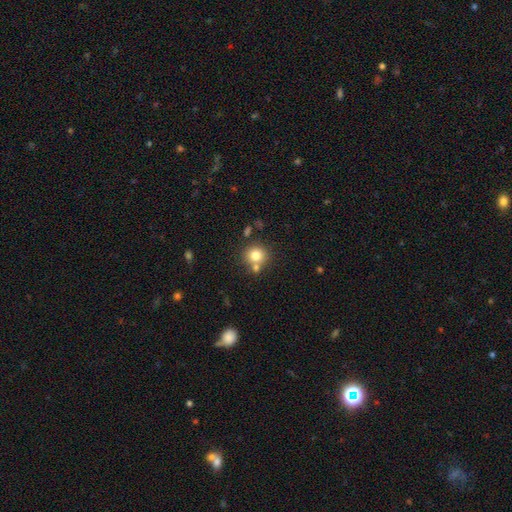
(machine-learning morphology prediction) smooth_or_featured: smooth (p=0.79) [alt: star or artifact p=0.12]
how_rounded: round (p=0.88) [alt: in between p=0.12]
merging: none (p=0.66) [alt: merger p=0.21]